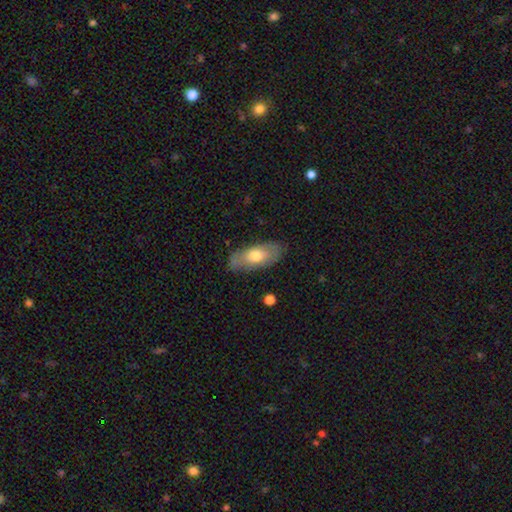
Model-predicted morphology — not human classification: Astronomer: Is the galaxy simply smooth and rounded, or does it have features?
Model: smooth — 61%.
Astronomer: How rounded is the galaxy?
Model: in between — 84%.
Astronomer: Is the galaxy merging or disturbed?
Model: none — 76%.